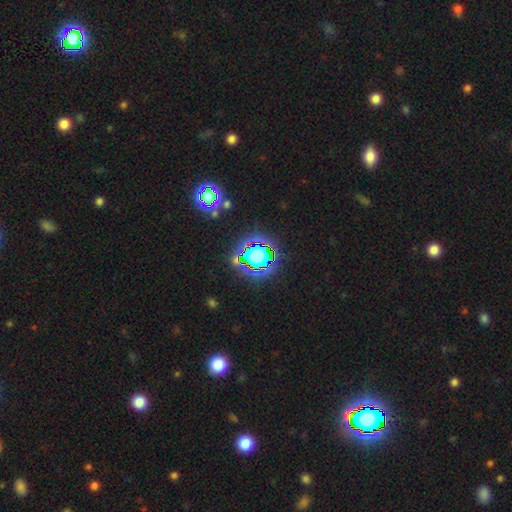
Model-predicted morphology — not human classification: Smooth or featured: star or artifact — 63% (smooth — 24%)